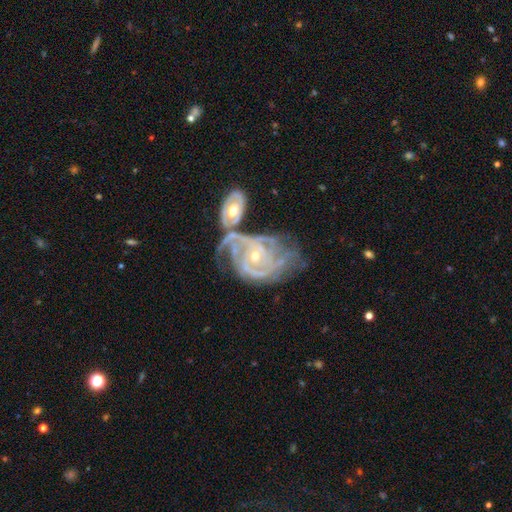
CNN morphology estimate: This appears to be a featured or disk galaxy (90%) with no bar (68%), 3 (28%) tight (62%) spiral arms (96%) and a small central bulge (63%). Merging: merger (32%).